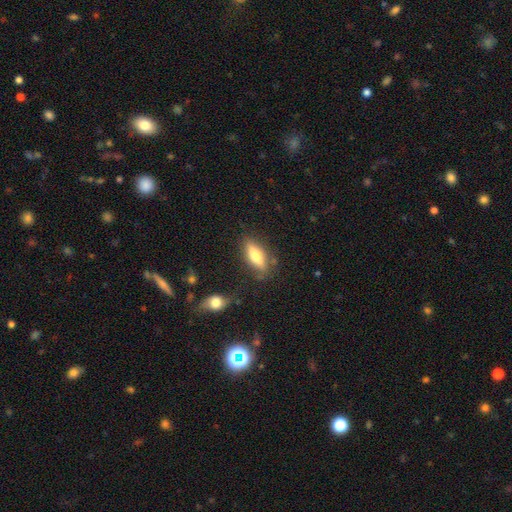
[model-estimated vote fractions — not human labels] The model was most divided on "how rounded": in between: 52%, cigar-shaped: 45%, round: 3%. More confident: merging — none (77%); smooth or featured — smooth (60%).